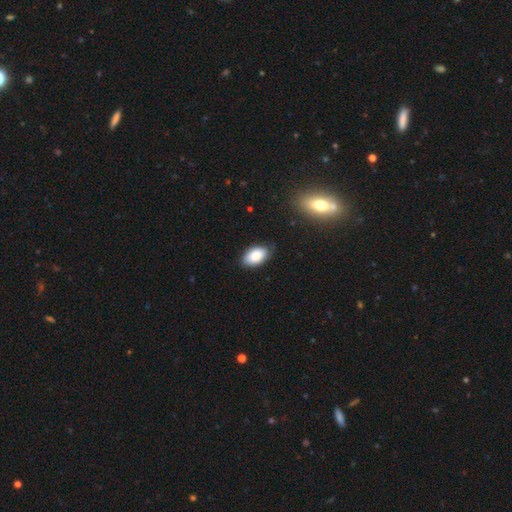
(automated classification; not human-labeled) smooth 84%, featured or disk 9%, star or artifact 7%. Down the decision tree: how rounded — in between (93%); merging — none (82%).